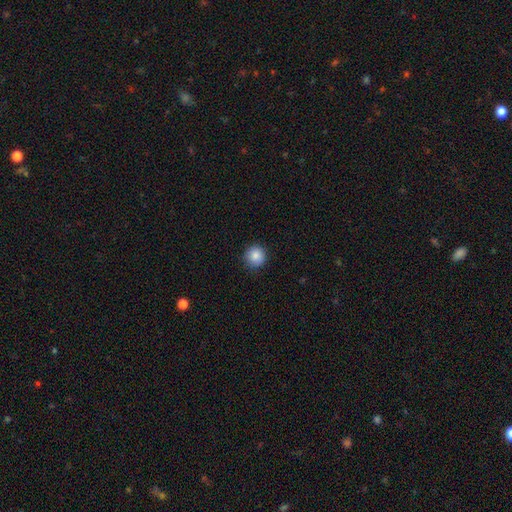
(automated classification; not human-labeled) Smooth or featured?
  - smooth: 87% *
  - star or artifact: 9%
  - featured or disk: 5%
How rounded?
  - round: 94% *
  - in between: 5%
  - cigar-shaped: 1%
Merging?
  - none: 90% *
  - minor disturbance: 7%
  - major disturbance: 2%
  - merger: 1%